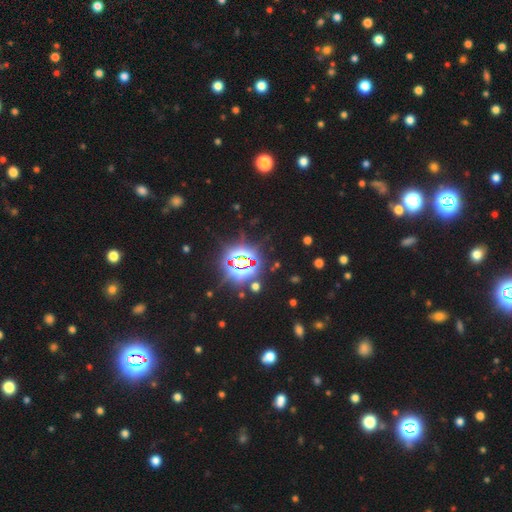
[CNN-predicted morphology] smooth_or_featured: star or artifact (p=0.79) [alt: smooth p=0.14]